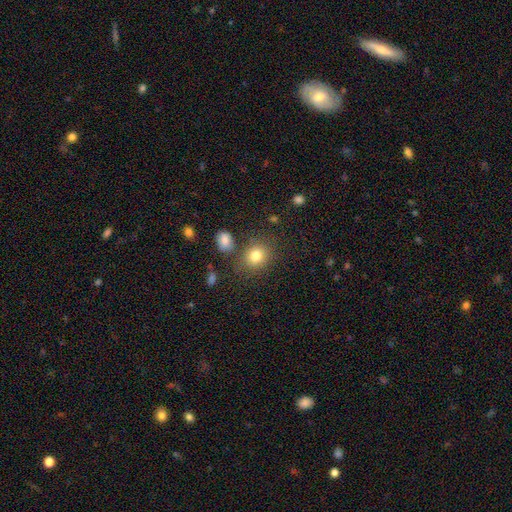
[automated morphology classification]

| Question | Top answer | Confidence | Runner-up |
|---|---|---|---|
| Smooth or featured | smooth | 80% | star or artifact (12%) |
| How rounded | round | 69% | in between (30%) |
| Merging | none | 76% | minor disturbance (12%) |